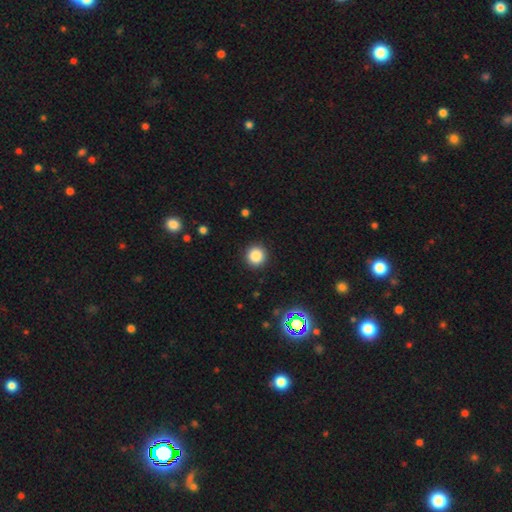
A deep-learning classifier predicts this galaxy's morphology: Overall: smooth (84%). How rounded: round (95%). Merging: none (92%).